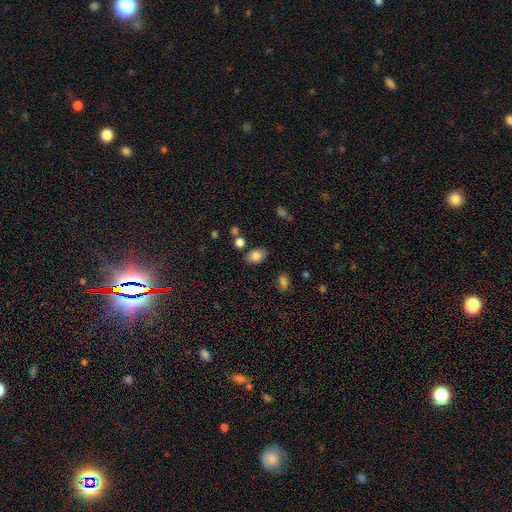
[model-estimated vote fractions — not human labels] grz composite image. It shows a smooth galaxy with no disk features (82%) that is in between round and cigar-shaped (85%). Merging: none (78%).